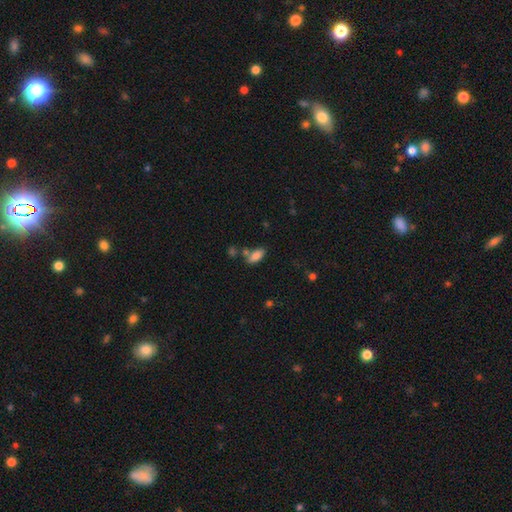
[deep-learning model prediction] Smooth or featured: smooth — 84% (star or artifact — 9%)
How rounded: in between — 87% (cigar-shaped — 10%)
Merging: none — 61% (merger — 18%)